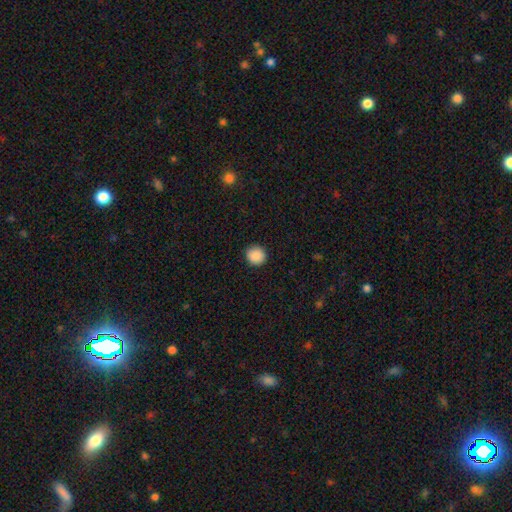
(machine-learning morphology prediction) This appears to be a smooth galaxy with no disk features (89%) that is round (91%). Merging: none (91%).